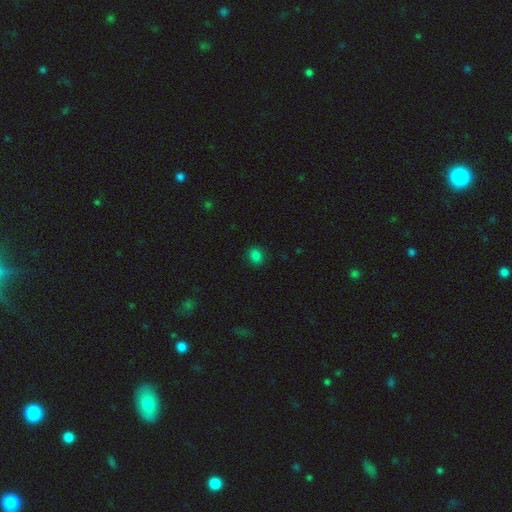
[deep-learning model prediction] This appears to be a smooth galaxy with no disk features (82%) that is round (62%). Merging: none (88%).